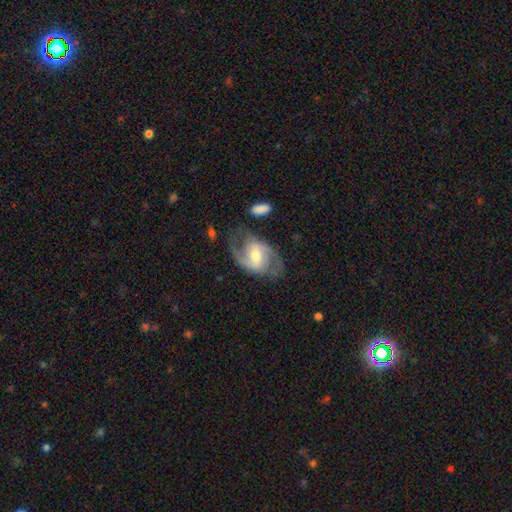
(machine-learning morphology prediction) A featured or disk galaxy (84%) with a weak bar (51%), 2 (87%) medium (53%) spiral arms (95%) and a moderate central bulge (63%).

Vote fractions:
- Smooth or featured? featured or disk: 84% / smooth: 11% / star or artifact: 5%
- Edge-on disk? no: 97% / yes: 3%
- Bar? weak: 51% / no: 26% / strong: 23%
- Spiral arms? yes: 95% / no: 5%
- Spiral winding? medium: 53% / loose: 26% / tight: 21%
- Spiral arm count? 2: 87% / can't tell: 5% / 1: 3% / 3: 3% / 4: 1% / more than 4: 1%
- Bulge size? moderate: 63% / small: 27% / large: 7% / none: 2% / dominant: 1%
- Merging? none: 69% / minor disturbance: 18% / major disturbance: 9% / merger: 3%